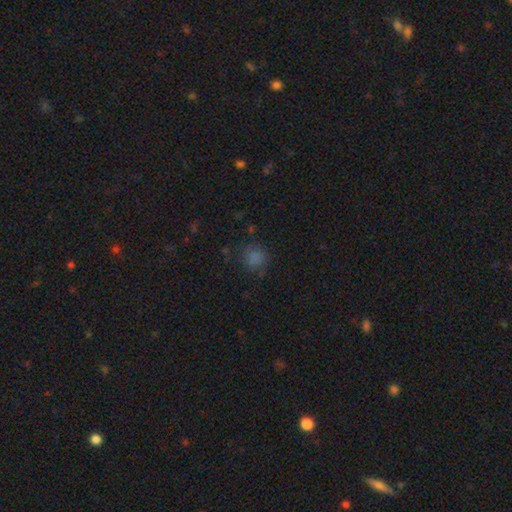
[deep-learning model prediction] Smooth or featured?
  - smooth: 71% *
  - star or artifact: 23%
  - featured or disk: 6%
How rounded?
  - round: 87% *
  - in between: 12%
  - cigar-shaped: 1%
Merging?
  - none: 78% *
  - minor disturbance: 14%
  - major disturbance: 6%
  - merger: 2%